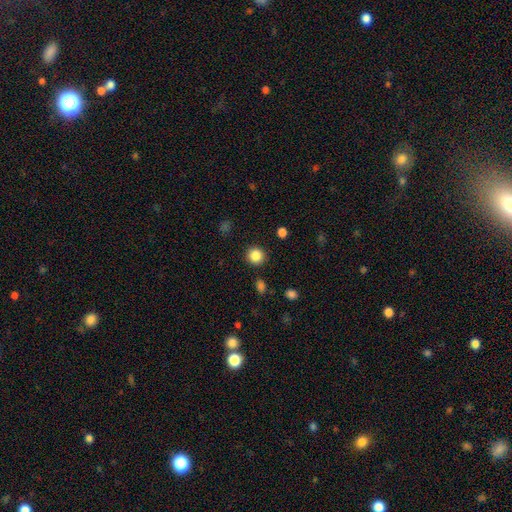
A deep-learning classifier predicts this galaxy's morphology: The model was most divided on "smooth or featured": smooth: 85%, star or artifact: 10%, featured or disk: 4%. More confident: how rounded — round (92%); merging — none (90%).